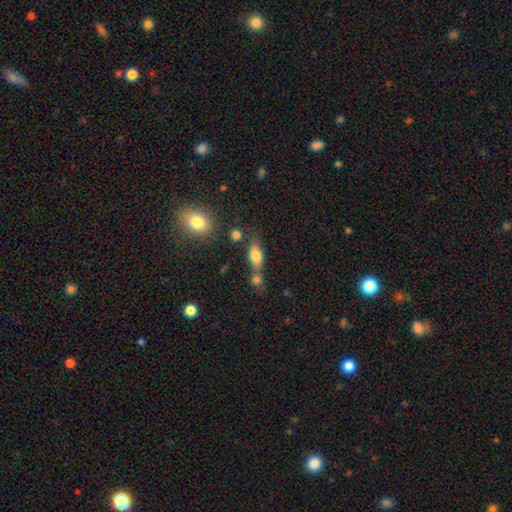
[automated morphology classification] type=smooth (72%); roundness=in between (74%); merging=none (51%).